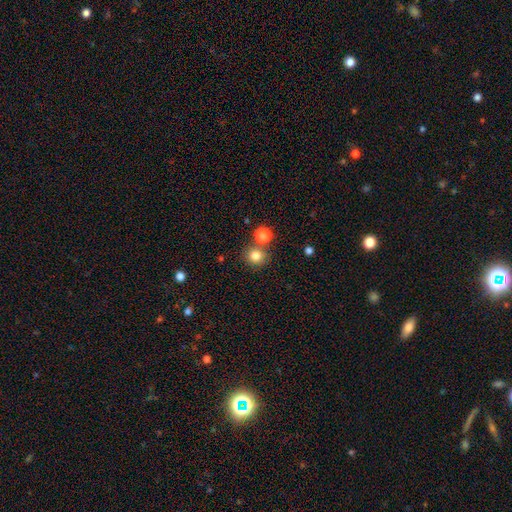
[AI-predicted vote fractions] Smooth or featured? Predicted: smooth (p=0.80). How rounded? Predicted: round (p=0.90). Merging? Predicted: none (p=0.72).